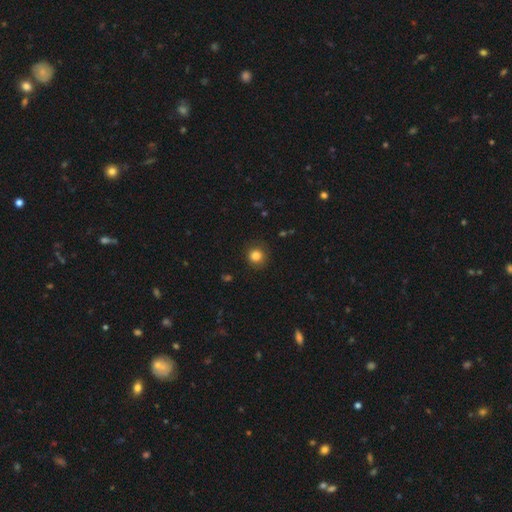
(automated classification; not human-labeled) Morphology: type=smooth (84%); roundness=round (92%); merging=none (88%).